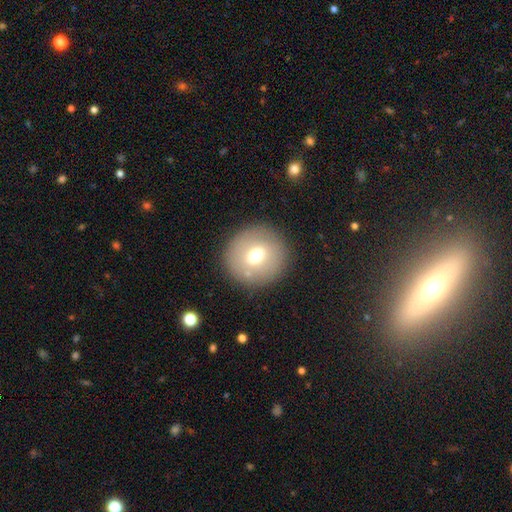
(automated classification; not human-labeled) Smooth or featured? Predicted: smooth (p=0.65). How rounded? Predicted: round (p=0.93). Merging? Predicted: none (p=0.86).